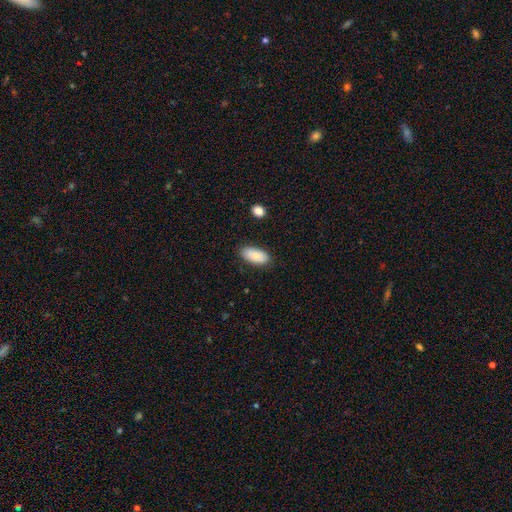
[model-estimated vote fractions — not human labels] A smooth galaxy with no disk features (83%) that is in between round and cigar-shaped (92%).

Vote fractions:
- Smooth or featured? smooth: 83% / featured or disk: 10% / star or artifact: 6%
- How rounded? in between: 92% / cigar-shaped: 6% / round: 2%
- Merging? none: 84% / minor disturbance: 12% / major disturbance: 2% / merger: 2%